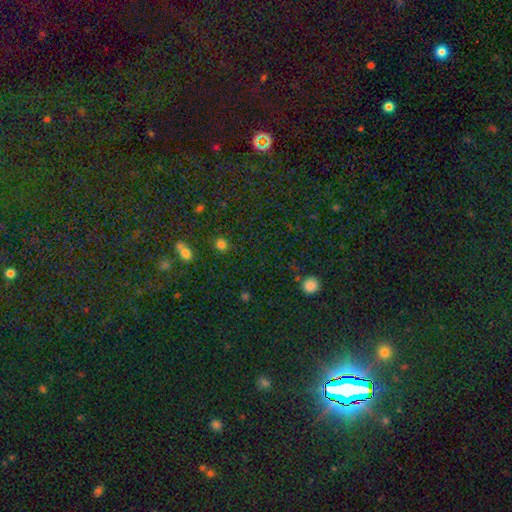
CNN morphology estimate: Smooth or featured? Predicted: star or artifact (p=0.76).